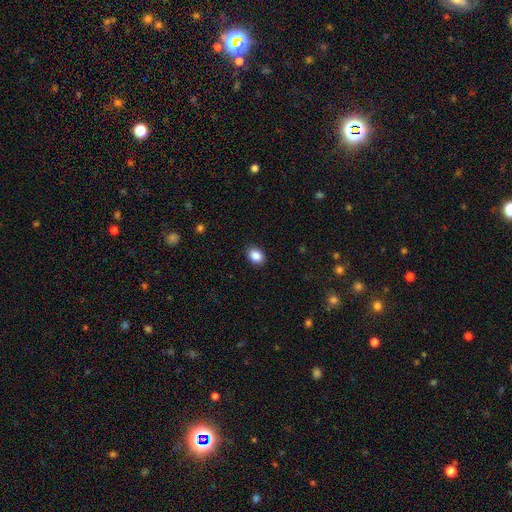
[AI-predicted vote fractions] smooth-or-featured: smooth: 88% | star or artifact: 9% | featured or disk: 3%
  how-rounded: in between: 69% | round: 30% | cigar-shaped: 1%
  merging: none: 89% | minor disturbance: 8% | major disturbance: 2% | merger: 1%